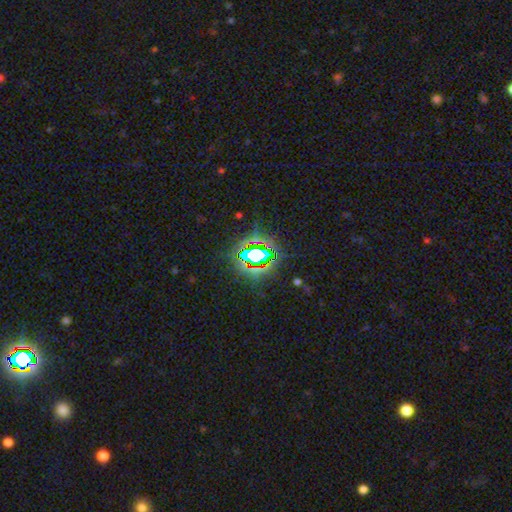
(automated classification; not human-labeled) smooth_or_featured: star or artifact (p=0.75) [alt: smooth p=0.14]